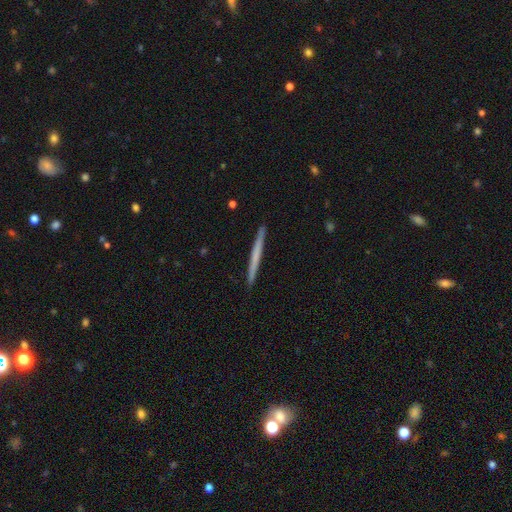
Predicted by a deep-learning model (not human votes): A smooth galaxy with no disk features (53%) that is cigar-shaped (97%).

Vote fractions:
- Smooth or featured? smooth: 53% / featured or disk: 42% / star or artifact: 5%
- How rounded? cigar-shaped: 97% / in between: 1% / round: 1%
- Merging? none: 93% / minor disturbance: 5% / major disturbance: 1% / merger: 1%